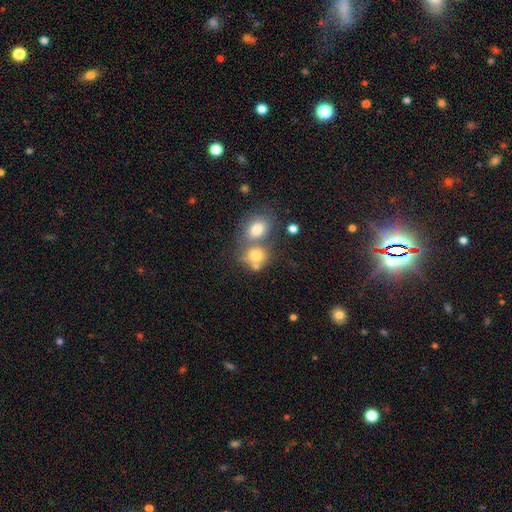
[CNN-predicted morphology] Smooth or featured: smooth — 74% (featured or disk — 15%)
How rounded: round — 67% (in between — 32%)
Merging: merger — 53% (none — 34%)